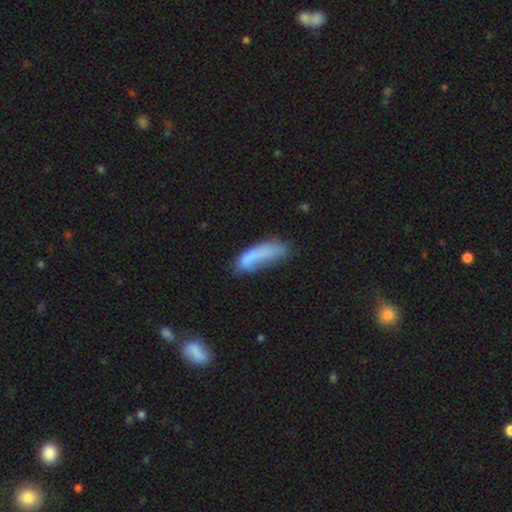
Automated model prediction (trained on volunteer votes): Overall: smooth (68%). How rounded: in between (50%; cigar-shaped 48%). Merging: none (37%; minor disturbance 29%).